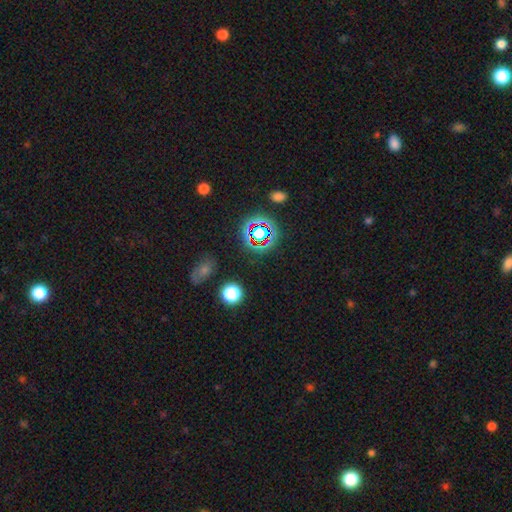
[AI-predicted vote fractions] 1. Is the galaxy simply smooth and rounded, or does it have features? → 71% star or artifact, 17% smooth, 12% featured or disk.